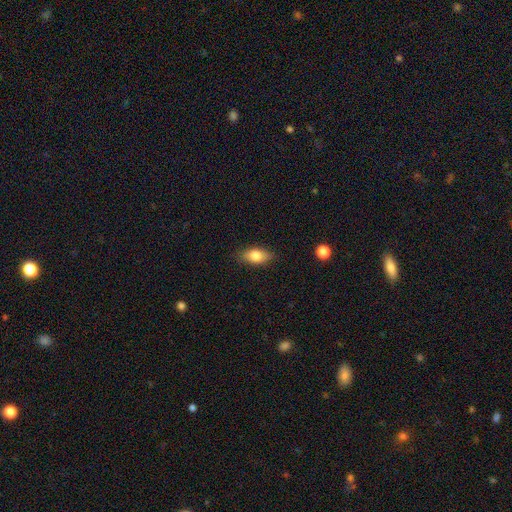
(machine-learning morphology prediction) type=smooth (79%); roundness=in between (86%); merging=none (84%).